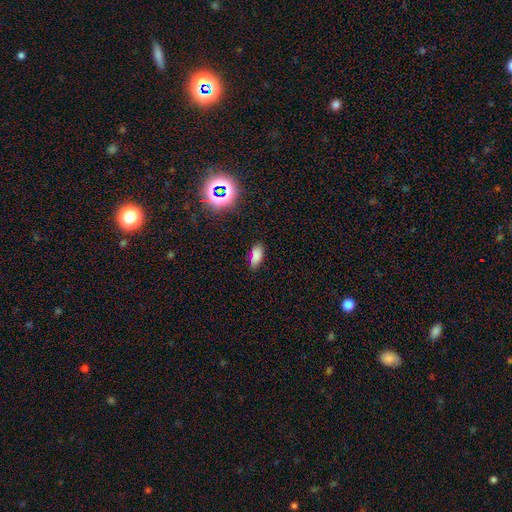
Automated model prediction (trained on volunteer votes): Smooth or featured: smooth — 78% (star or artifact — 16%)
How rounded: in between — 81% (cigar-shaped — 16%)
Merging: none — 75% (minor disturbance — 17%)